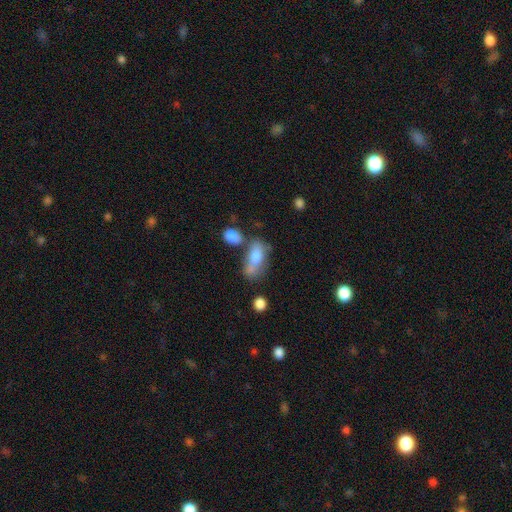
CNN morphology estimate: Smooth or featured? Predicted: smooth (p=0.71). How rounded? Predicted: in between (p=0.83). Merging? Predicted: none (p=0.35).